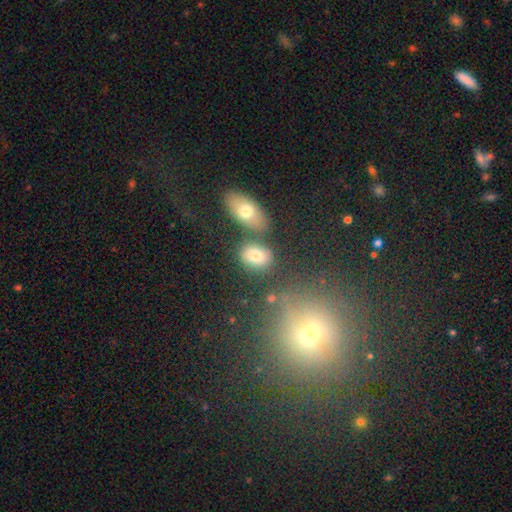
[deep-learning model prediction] Morphology: type=smooth (78%); roundness=in between (70%); merging=none (69%).